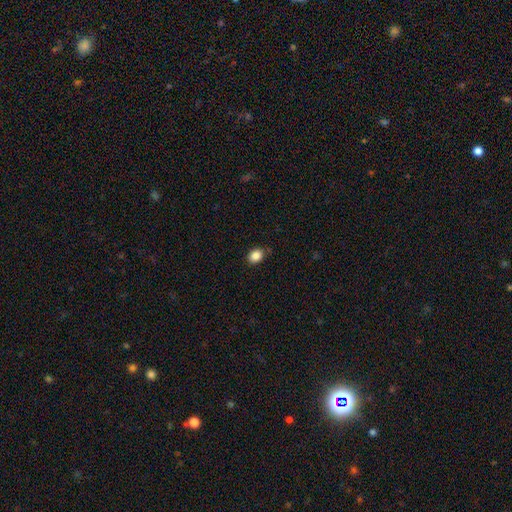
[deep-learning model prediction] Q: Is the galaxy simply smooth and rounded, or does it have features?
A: smooth — 87%.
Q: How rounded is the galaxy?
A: in between — 60%.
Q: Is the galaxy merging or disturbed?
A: none — 84%.